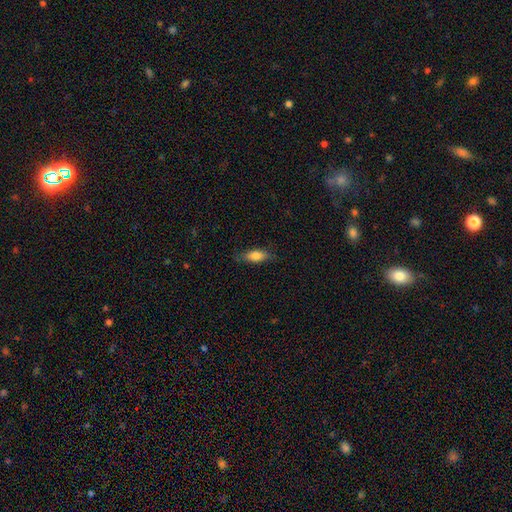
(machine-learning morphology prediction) This appears to be a smooth galaxy with no disk features (77%) that is in between round and cigar-shaped (69%). Merging: none (80%).